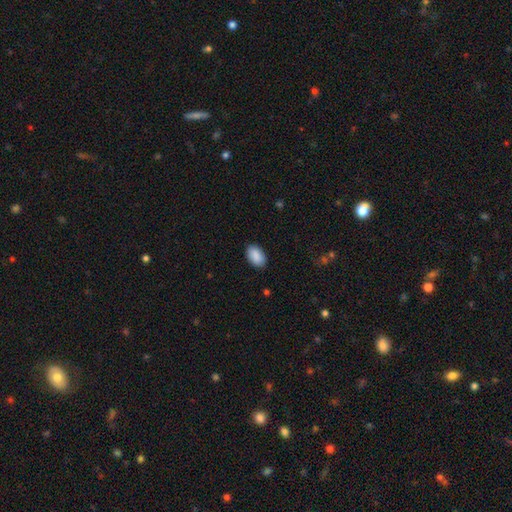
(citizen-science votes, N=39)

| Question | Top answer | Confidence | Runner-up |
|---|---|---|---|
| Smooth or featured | smooth | 82% | star or artifact (10%) |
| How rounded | in between | 100% | — |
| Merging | none | 89% | minor disturbance (6%) |